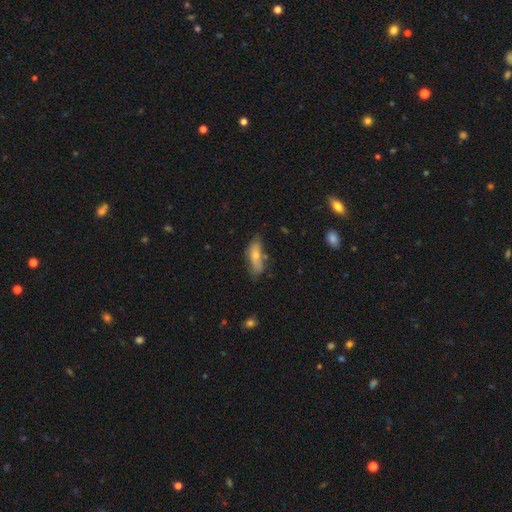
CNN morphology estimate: This appears to be a smooth galaxy with no disk features (72%) that is in between round and cigar-shaped (62%). Merging: none (61%).